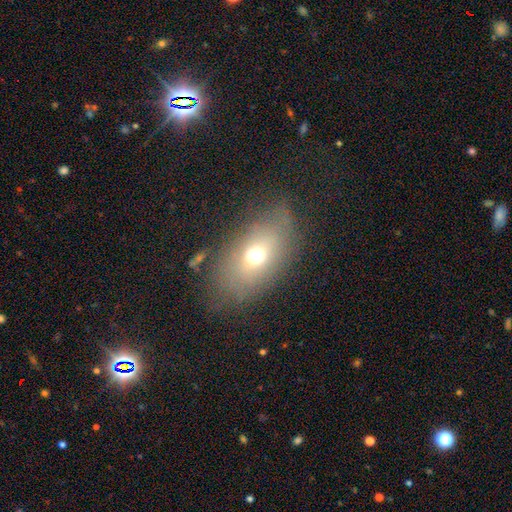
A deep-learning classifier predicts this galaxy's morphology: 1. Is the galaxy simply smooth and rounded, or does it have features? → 61% smooth, 25% featured or disk, 15% star or artifact.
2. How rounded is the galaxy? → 80% in between, 17% round, 3% cigar-shaped.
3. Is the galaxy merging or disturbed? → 67% none, 19% minor disturbance, 12% major disturbance, 2% merger.